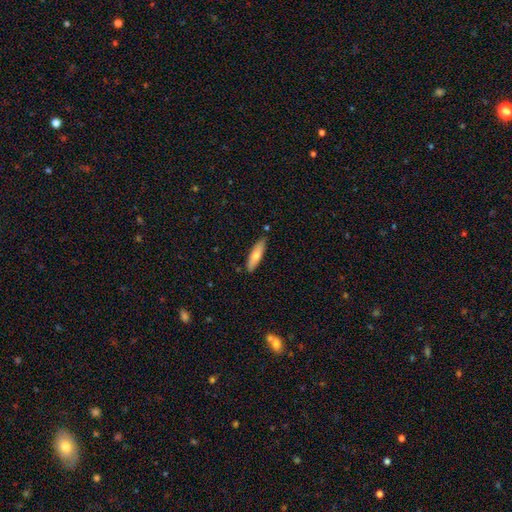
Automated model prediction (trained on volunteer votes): Smooth or featured? smooth (67%)
How rounded? cigar-shaped (69%)
Merging? none (84%)